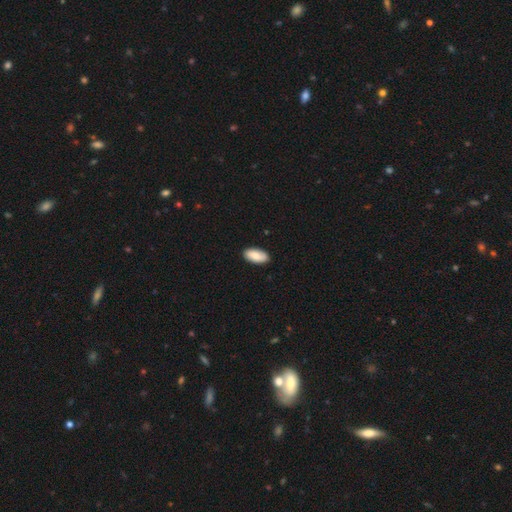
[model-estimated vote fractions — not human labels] Morphology: type=smooth (82%); roundness=in between (93%); merging=none (88%).